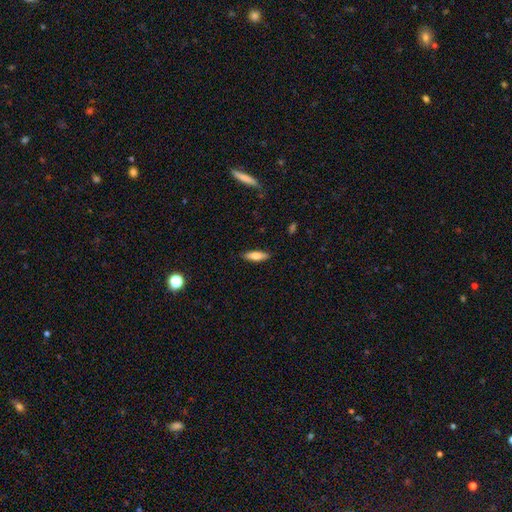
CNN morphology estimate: Smooth or featured: smooth — 75% (featured or disk — 19%)
How rounded: in between — 49% (tied with cigar-shaped — 49%)
Merging: none — 88% (minor disturbance — 9%)